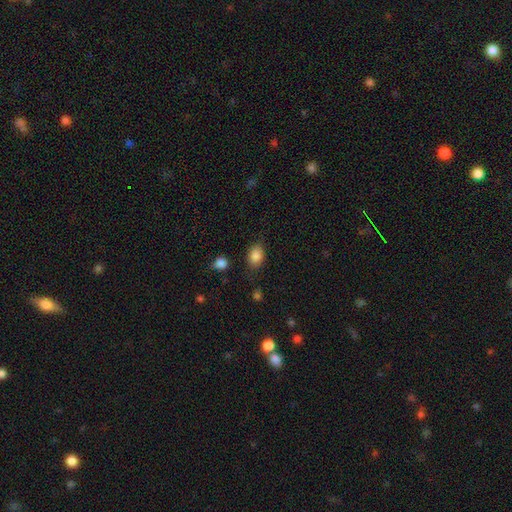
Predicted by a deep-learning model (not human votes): Smooth or featured? Predicted: smooth (p=0.85). How rounded? Predicted: in between (p=0.76). Merging? Predicted: none (p=0.76).